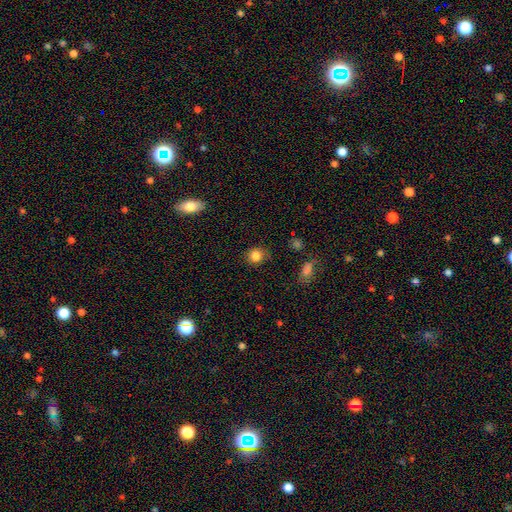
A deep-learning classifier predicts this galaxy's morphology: Smooth or featured? smooth (85%)
How rounded? round (84%)
Merging? none (81%)